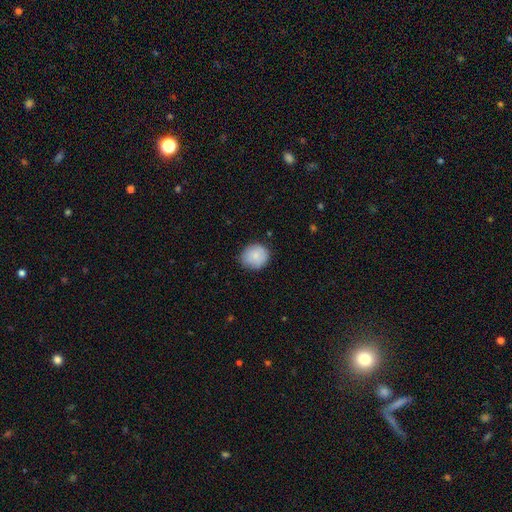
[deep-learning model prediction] The model was most divided on "merging": none: 81%, minor disturbance: 16%, major disturbance: 3%, merger: 1%. More confident: smooth or featured — smooth (83%); how rounded — round (83%).